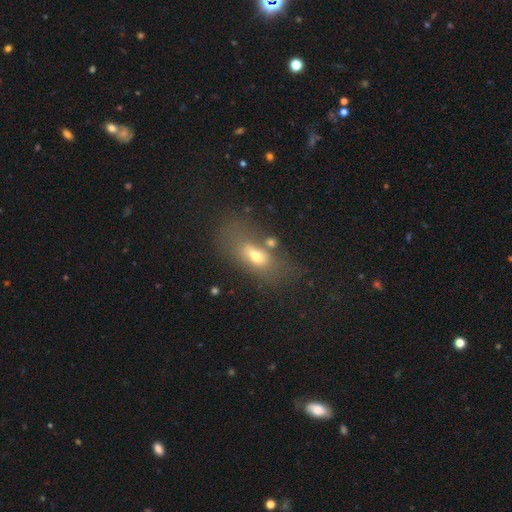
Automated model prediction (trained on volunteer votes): Q: Smooth or featured?
A: smooth (55%); runner-up: featured or disk (30%)
Q: How rounded?
A: in between (77%); runner-up: cigar-shaped (15%)
Q: Merging?
A: none (47%); runner-up: merger (20%)